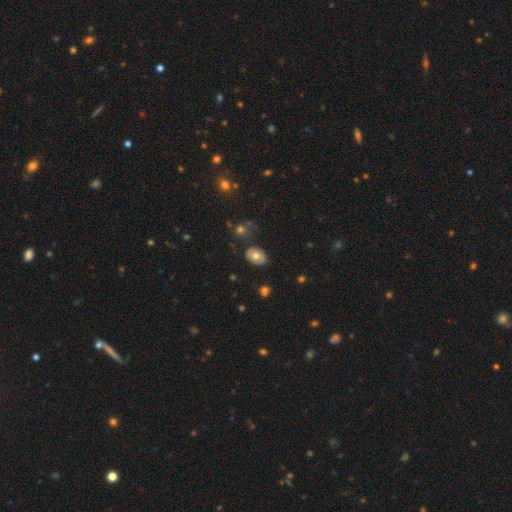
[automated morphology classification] This appears to be a smooth galaxy with no disk features (63%) that is in between round and cigar-shaped (70%). Merging: none (75%).